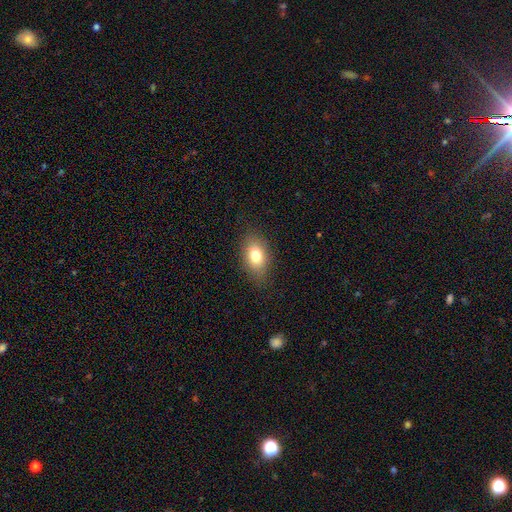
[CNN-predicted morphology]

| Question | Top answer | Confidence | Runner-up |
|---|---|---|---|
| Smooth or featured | smooth | 77% | featured or disk (14%) |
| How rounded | in between | 83% | round (14%) |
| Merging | none | 83% | minor disturbance (12%) |